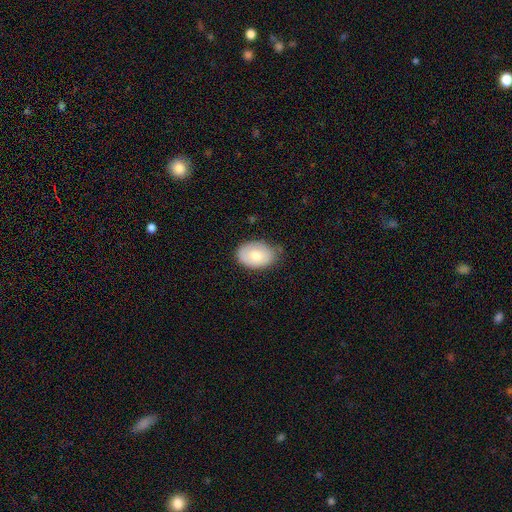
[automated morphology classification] Q: Smooth or featured?
A: smooth (72%); runner-up: featured or disk (21%)
Q: How rounded?
A: in between (83%); runner-up: round (16%)
Q: Merging?
A: none (67%); runner-up: minor disturbance (27%)